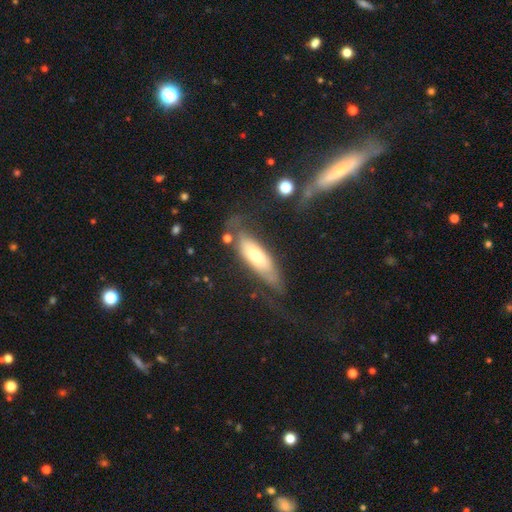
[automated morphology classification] The model was most divided on "smooth or featured": smooth: 48%, featured or disk: 45%, star or artifact: 7%. More confident: merging — none (52%).